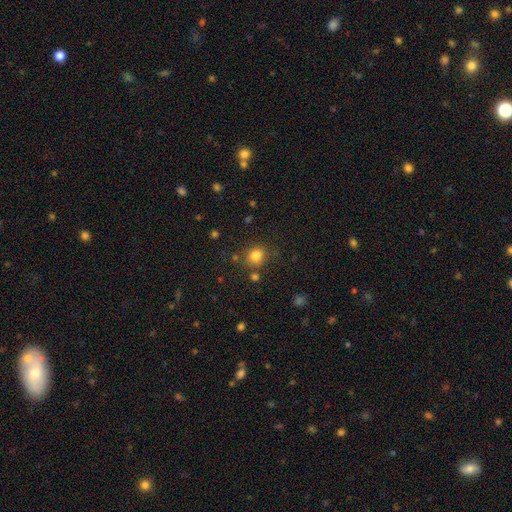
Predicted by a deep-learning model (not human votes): Smooth or featured? Predicted: smooth (p=0.82). How rounded? Predicted: round (p=0.74). Merging? Predicted: none (p=0.78).